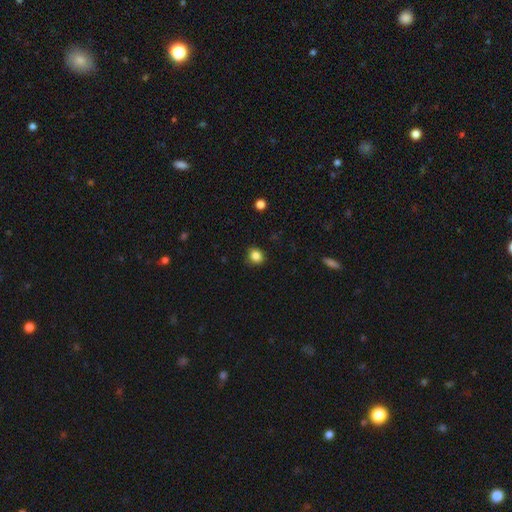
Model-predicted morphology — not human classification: A smooth galaxy with no disk features (85%) that is round (77%). Merging: none (86%).